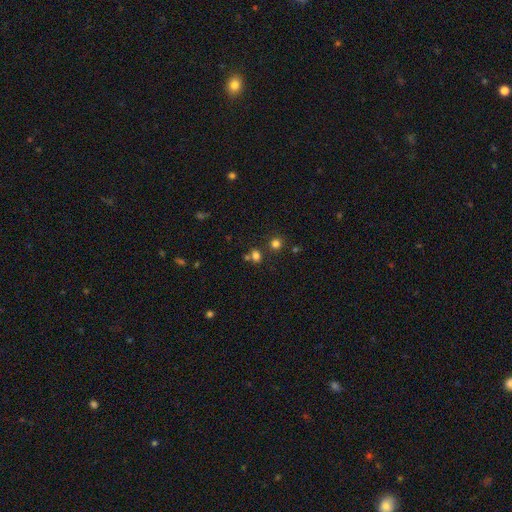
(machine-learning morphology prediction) This is likely a smooth galaxy (71%). How rounded: likely round (71%). Merging: likely none (64%).